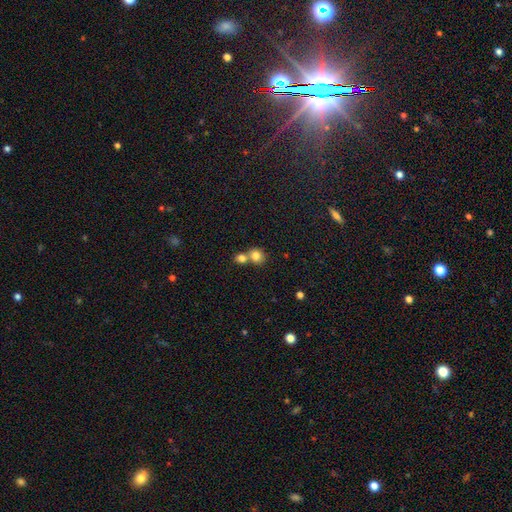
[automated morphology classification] This is clearly a smooth galaxy (81%). How rounded: clearly round (81%). Merging: possibly merger (52%).